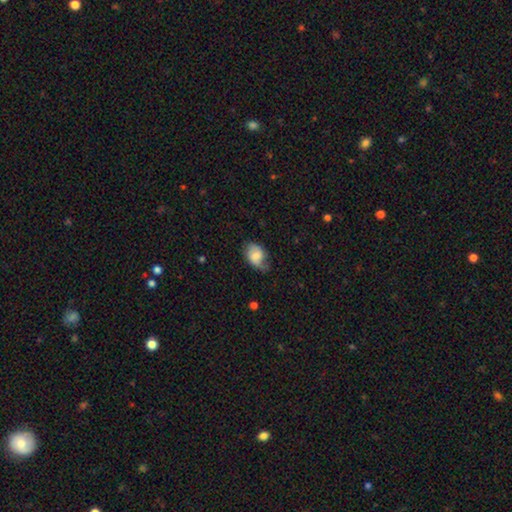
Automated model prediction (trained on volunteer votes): This appears to be a smooth galaxy with no disk features (68%) that is in between round and cigar-shaped (79%). Merging: none (48%).